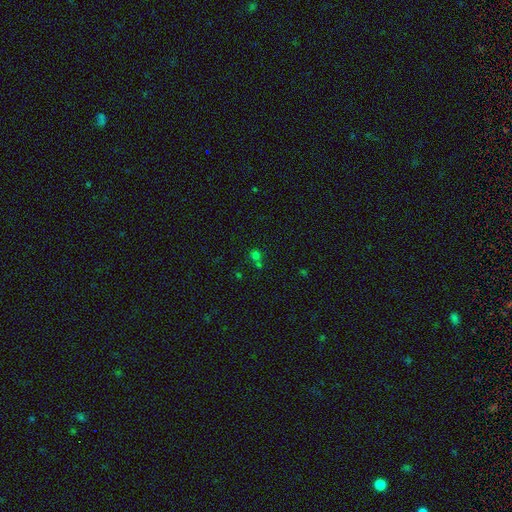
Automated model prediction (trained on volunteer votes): smooth_or_featured: smooth (p=0.58) [alt: star or artifact p=0.33]
how_rounded: round (p=0.81) [alt: in between p=0.18]
merging: none (p=0.53) [alt: merger p=0.34]